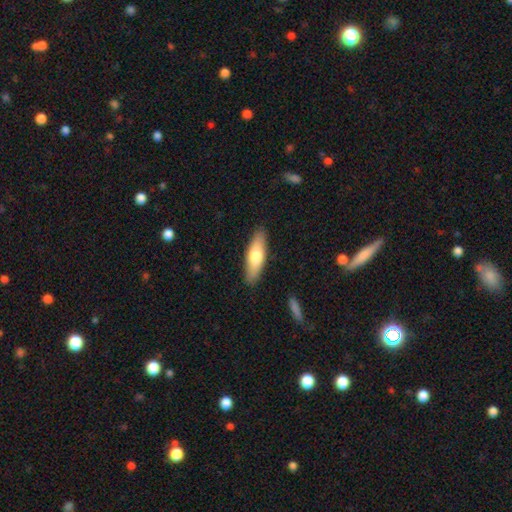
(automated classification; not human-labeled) Morphology: type=smooth (68%); roundness=cigar-shaped (51%); merging=none (88%).